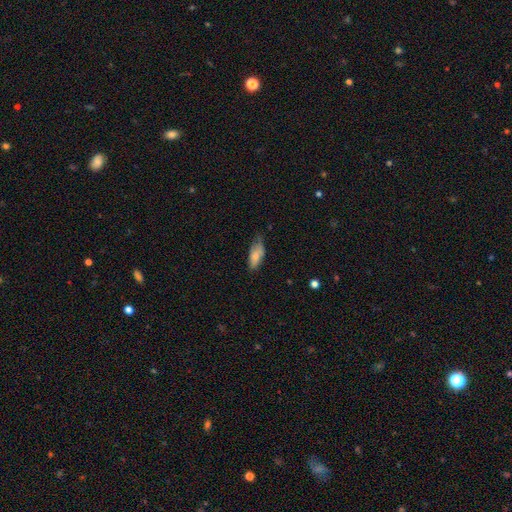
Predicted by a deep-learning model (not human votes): Overall: smooth (77%). How rounded: in between (83%). Merging: none (51%; minor disturbance 38%).